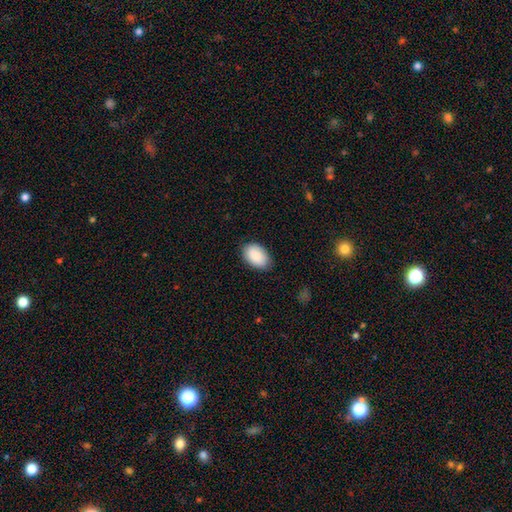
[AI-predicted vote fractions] Smooth or featured? smooth (88%)
How rounded? in between (91%)
Merging? none (83%)